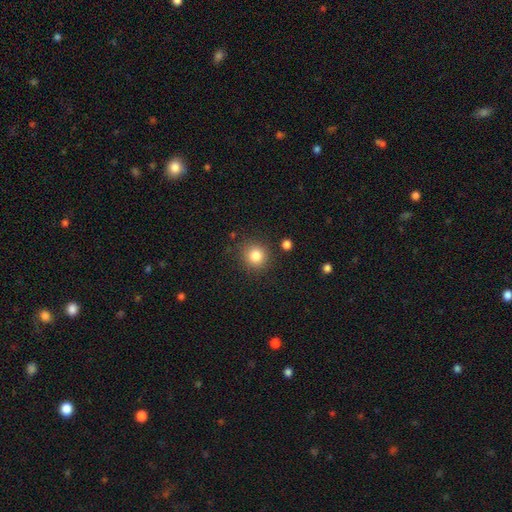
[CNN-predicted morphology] This is clearly a smooth galaxy (83%). How rounded: clearly round (91%). Merging: clearly none (86%).